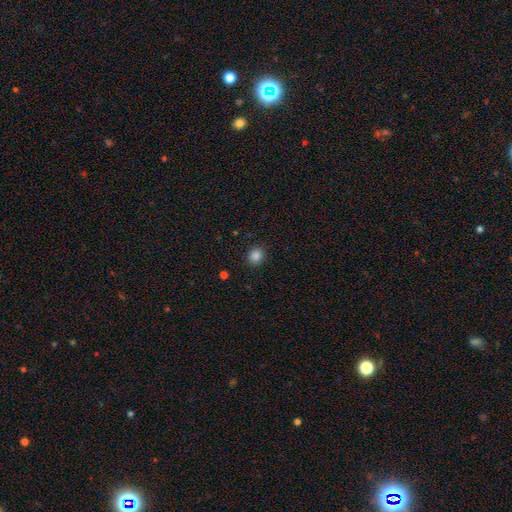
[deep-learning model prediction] A smooth galaxy with no disk features (85%) that is round (84%). Merging: none (90%).